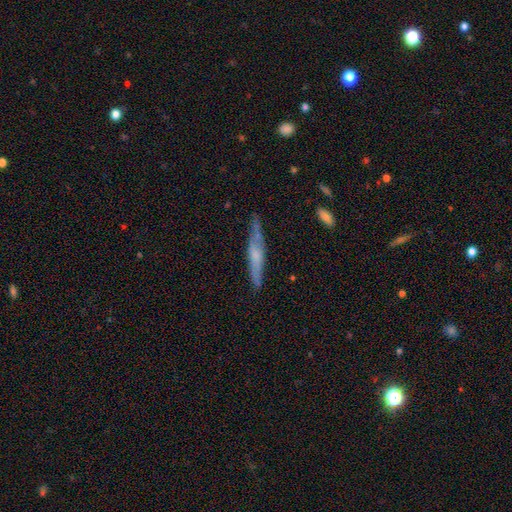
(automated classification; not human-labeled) This appears to be a featured or disk galaxy (58%) viewed edge-on (89%) with a rounded central bulge (52%). Merging: none (73%).